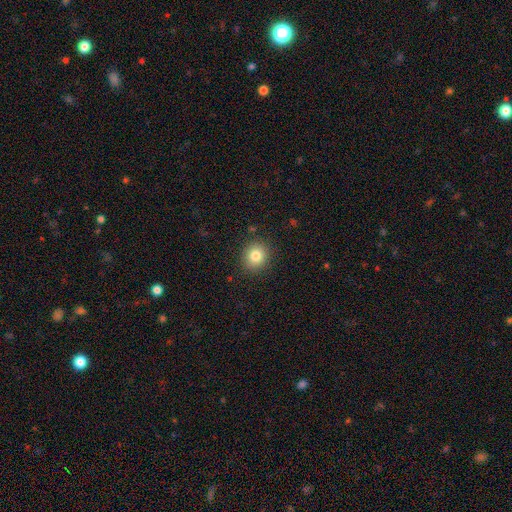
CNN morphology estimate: type=smooth (82%); roundness=round (82%); merging=none (89%).